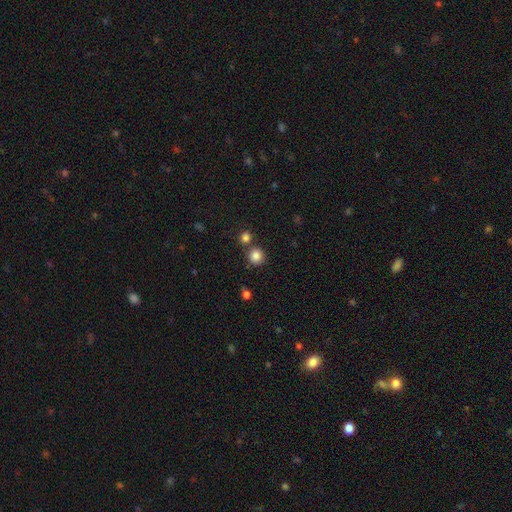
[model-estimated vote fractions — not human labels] The model was most divided on "merging": none: 76%, merger: 14%, minor disturbance: 8%, major disturbance: 3%. More confident: how rounded — round (92%); smooth or featured — smooth (84%).